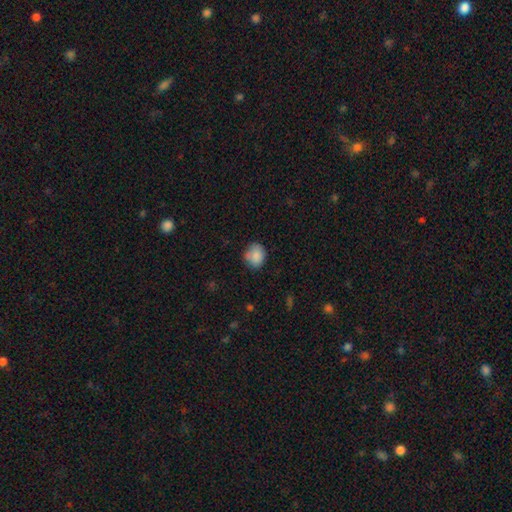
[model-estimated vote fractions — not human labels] A smooth galaxy with no disk features (85%) that is round (70%).

Vote fractions:
- Smooth or featured? smooth: 85% / star or artifact: 8% / featured or disk: 7%
- How rounded? round: 70% / in between: 29% / cigar-shaped: 1%
- Merging? none: 72% / minor disturbance: 21% / major disturbance: 4% / merger: 3%